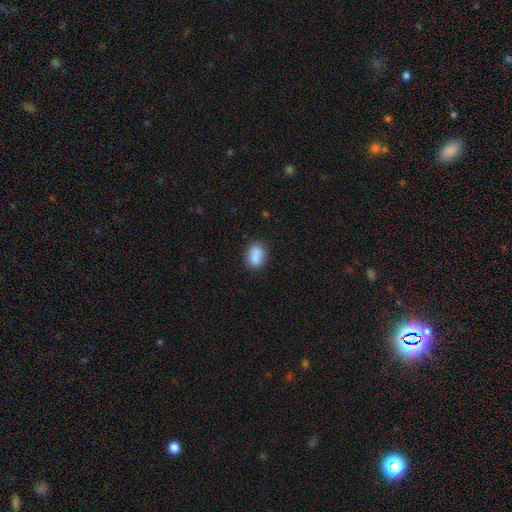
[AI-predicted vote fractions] Smooth or featured?
  - smooth: 86% *
  - star or artifact: 8%
  - featured or disk: 6%
How rounded?
  - in between: 81% *
  - round: 16%
  - cigar-shaped: 3%
Merging?
  - none: 76% *
  - minor disturbance: 15%
  - merger: 6%
  - major disturbance: 3%